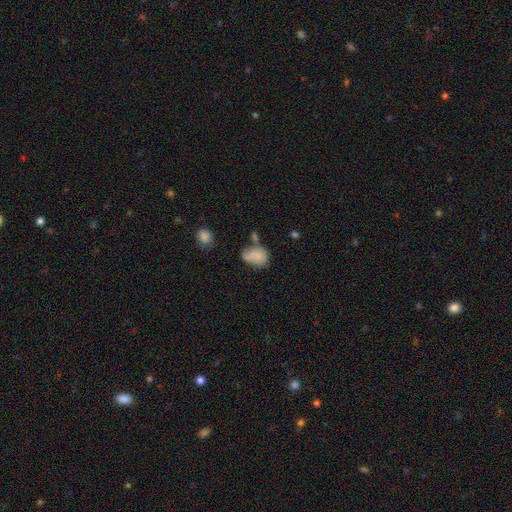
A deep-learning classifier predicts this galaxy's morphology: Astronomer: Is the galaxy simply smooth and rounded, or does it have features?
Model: smooth — 76%.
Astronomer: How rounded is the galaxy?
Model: in between — 65%.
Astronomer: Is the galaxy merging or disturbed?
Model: none — 34% (runner-up: minor disturbance, 30%).